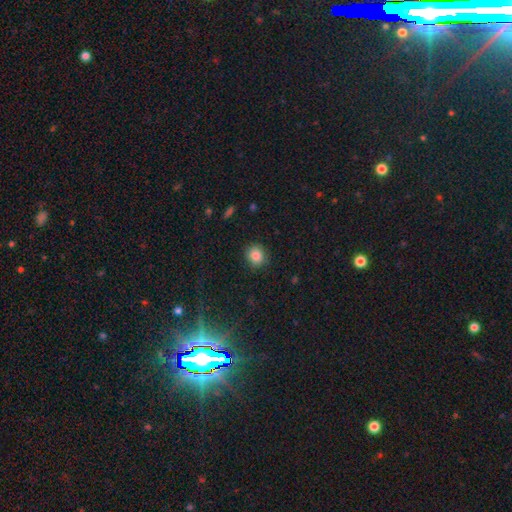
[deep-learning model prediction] Morphology: type=smooth (84%); roundness=round (83%); merging=none (87%).